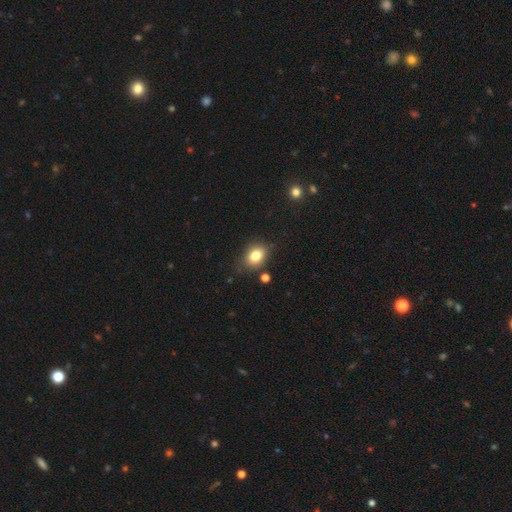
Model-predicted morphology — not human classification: The model was most divided on "how rounded": in between: 62%, round: 36%, cigar-shaped: 1%. More confident: smooth or featured — smooth (81%); merging — none (74%).